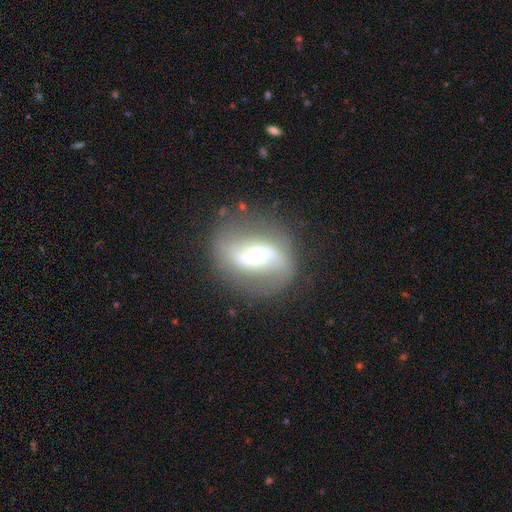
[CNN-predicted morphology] This appears to be a featured or disk galaxy (84%) with a strong bar (54%), 2 (91%) loose (66%) spiral arms (87%) and a moderate central bulge (60%). Merging: none (80%).